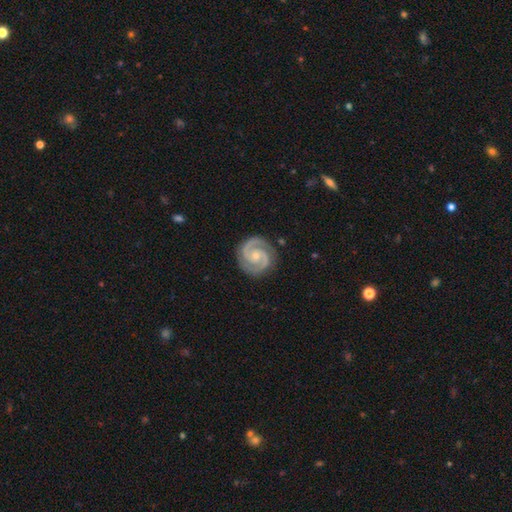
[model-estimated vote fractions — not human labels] Q: Smooth or featured?
A: featured or disk (93%); runner-up: star or artifact (4%)
Q: Edge-on disk?
A: no (98%); runner-up: yes (2%)
Q: Bar?
A: no (62%); runner-up: weak (29%)
Q: Spiral arms?
A: yes (99%); runner-up: no (1%)
Q: Spiral winding?
A: tight (57%); runner-up: medium (39%)
Q: Spiral arm count?
A: 2 (93%); runner-up: 3 (2%)
Q: Bulge size?
A: small (63%); runner-up: moderate (31%)
Q: Merging?
A: none (86%); runner-up: minor disturbance (10%)